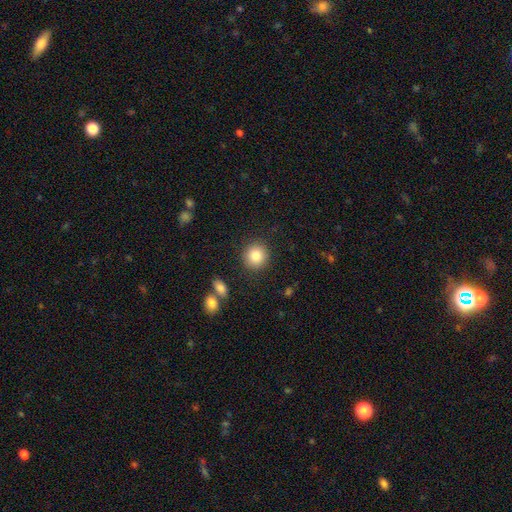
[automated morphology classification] Overall: smooth (84%). How rounded: round (89%). Merging: none (89%).